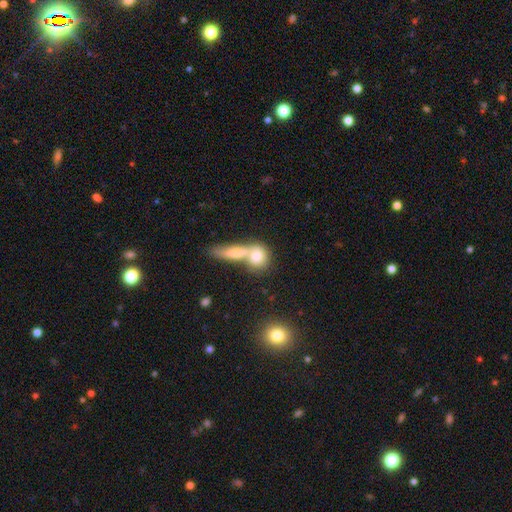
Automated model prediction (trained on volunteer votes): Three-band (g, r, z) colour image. It shows a smooth galaxy with no disk features (75%) that is round (54%). Merging: merger (57%).